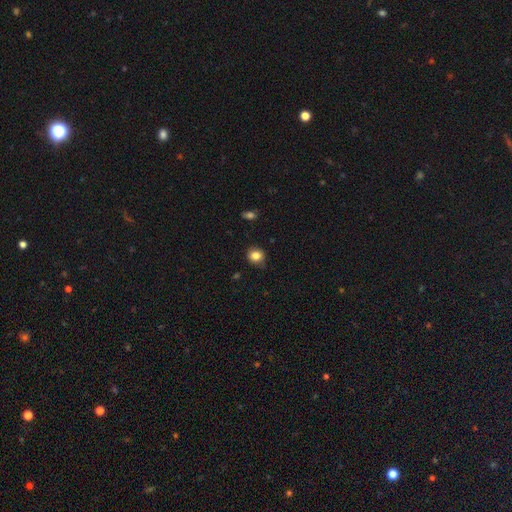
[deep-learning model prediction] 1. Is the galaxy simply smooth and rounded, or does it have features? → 83% smooth, 11% star or artifact, 7% featured or disk.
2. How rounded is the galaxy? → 80% round, 19% in between, 1% cigar-shaped.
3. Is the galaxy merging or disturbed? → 80% none, 16% minor disturbance, 3% major disturbance, 1% merger.